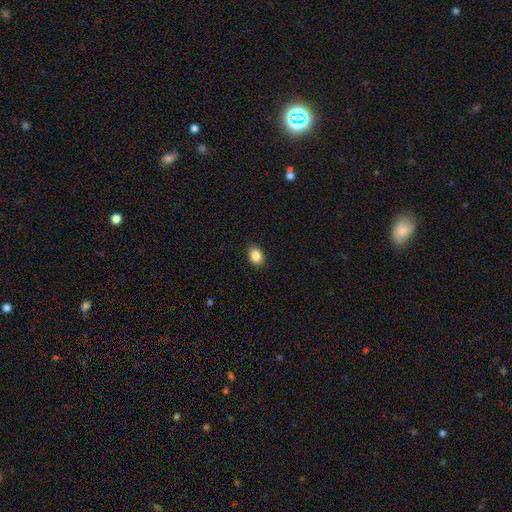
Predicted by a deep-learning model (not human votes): smooth_or_featured: smooth (p=0.86) [alt: star or artifact p=0.09]
how_rounded: in between (p=0.67) [alt: round p=0.32]
merging: none (p=0.89) [alt: minor disturbance p=0.08]